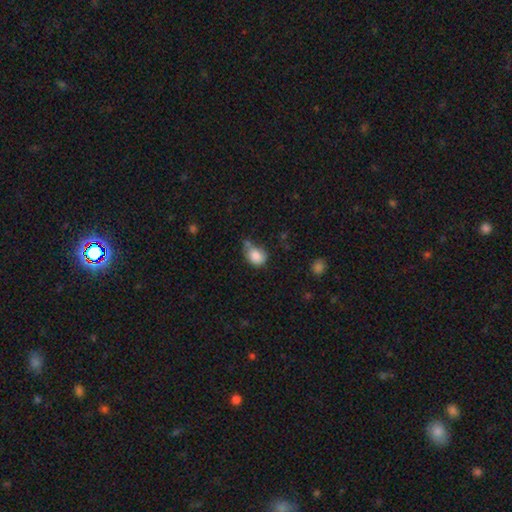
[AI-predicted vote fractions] smooth 84%, star or artifact 9%, featured or disk 8%. Down the decision tree: how rounded — in between (50%); merging — none (47%).